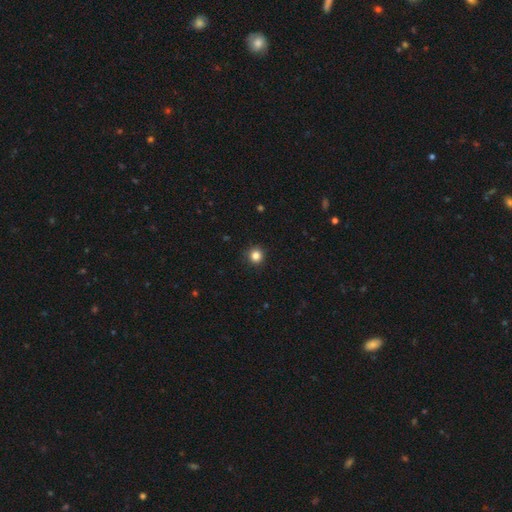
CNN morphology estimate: A smooth galaxy with no disk features (84%) that is round (94%).

Vote fractions:
- Smooth or featured? smooth: 84% / star or artifact: 12% / featured or disk: 4%
- How rounded? round: 94% / in between: 5% / cigar-shaped: 1%
- Merging? none: 92% / minor disturbance: 5% / major disturbance: 2% / merger: 1%